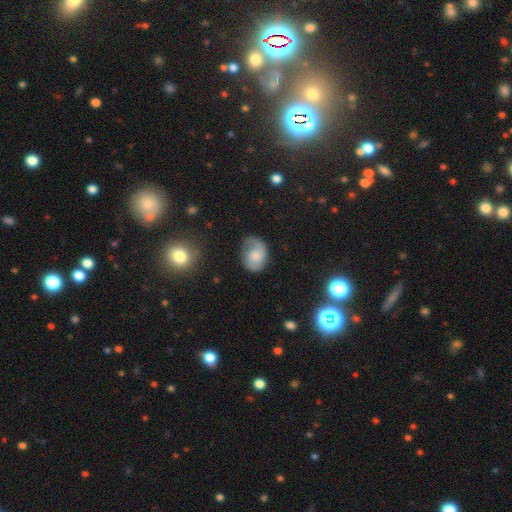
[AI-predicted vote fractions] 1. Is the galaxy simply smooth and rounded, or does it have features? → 48% smooth, 43% featured or disk, 9% star or artifact.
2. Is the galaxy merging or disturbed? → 58% none, 27% minor disturbance, 14% major disturbance, 2% merger.